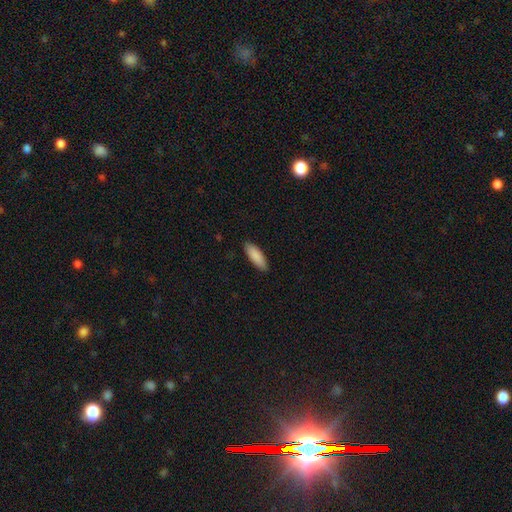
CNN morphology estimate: The model was most divided on "how rounded": in between: 61%, cigar-shaped: 37%, round: 1%. More confident: smooth or featured — smooth (89%); merging — none (88%).